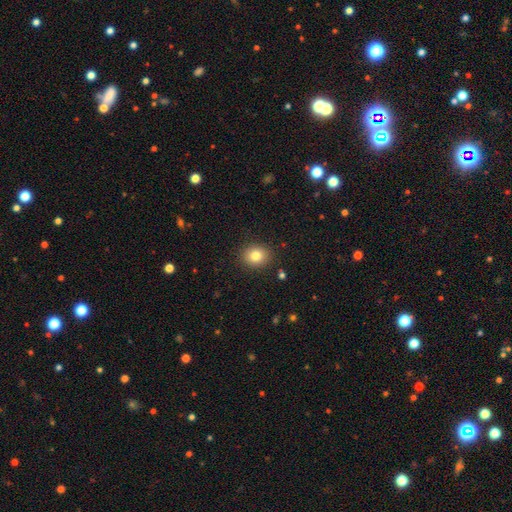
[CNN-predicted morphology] A smooth galaxy with no disk features (81%) that is round (68%). Merging: none (89%).